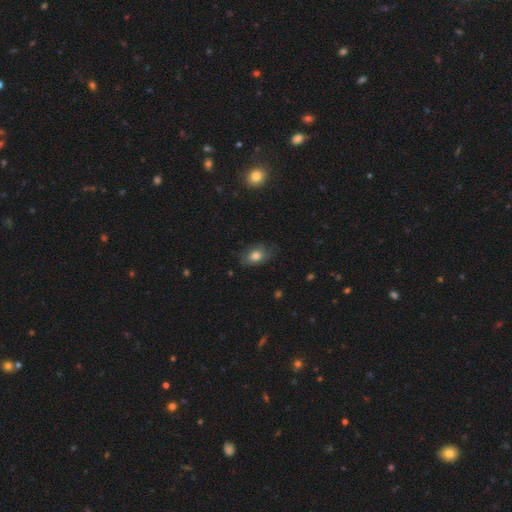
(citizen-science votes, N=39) Q: Smooth or featured?
A: smooth (79%); runner-up: featured or disk (10%)
Q: How rounded?
A: in between (68%); runner-up: round (32%)
Q: Merging?
A: none (74%); runner-up: minor disturbance (20%)